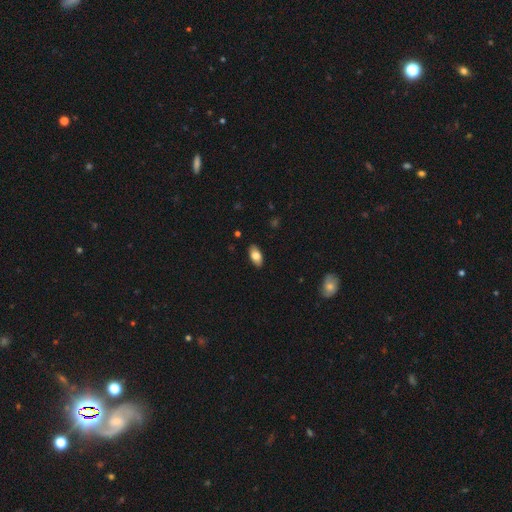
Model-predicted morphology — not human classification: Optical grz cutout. It shows a smooth galaxy with no disk features (79%) that is in between round and cigar-shaped (92%). Merging: none (88%).